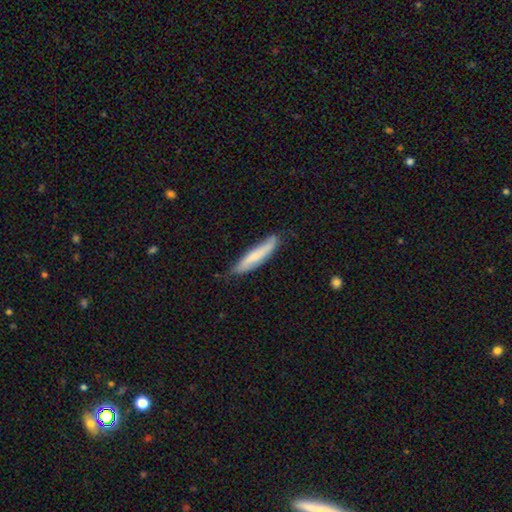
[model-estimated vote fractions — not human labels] Overall: smooth (63%; featured or disk 31%). How rounded: cigar-shaped (86%). Merging: none (69%).